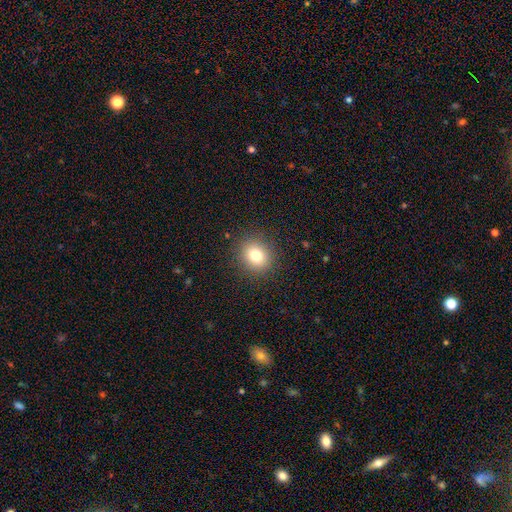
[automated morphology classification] A smooth galaxy with no disk features (79%) that is round (77%).

Vote fractions:
- Smooth or featured? smooth: 79% / star or artifact: 12% / featured or disk: 9%
- How rounded? round: 77% / in between: 23% / cigar-shaped: 1%
- Merging? none: 89% / minor disturbance: 7% / major disturbance: 3% / merger: 1%